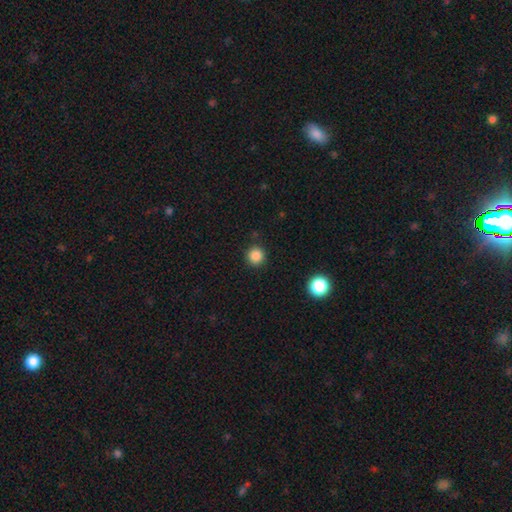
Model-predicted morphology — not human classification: Overall: smooth (85%). How rounded: round (95%). Merging: none (90%).